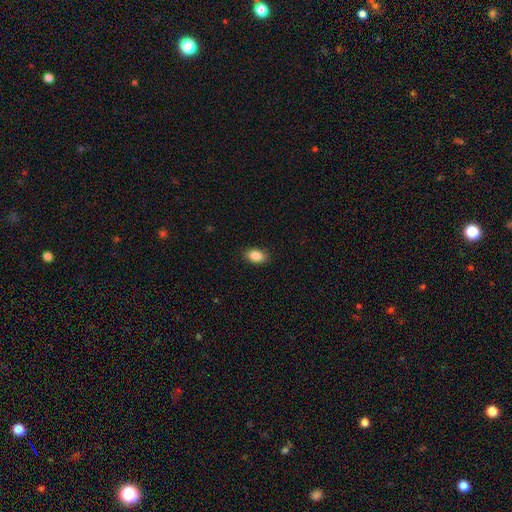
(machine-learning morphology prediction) smooth_or_featured: smooth (p=0.86) [alt: star or artifact p=0.08]
how_rounded: in between (p=0.88) [alt: round p=0.10]
merging: none (p=0.89) [alt: minor disturbance p=0.08]